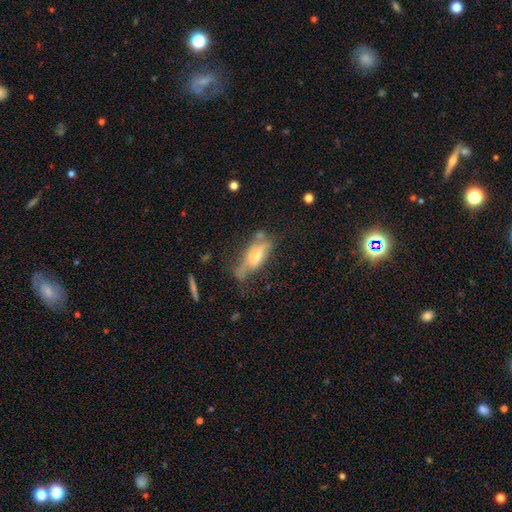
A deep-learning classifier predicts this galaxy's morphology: type=featured or disk (50%); merging=none (44%).